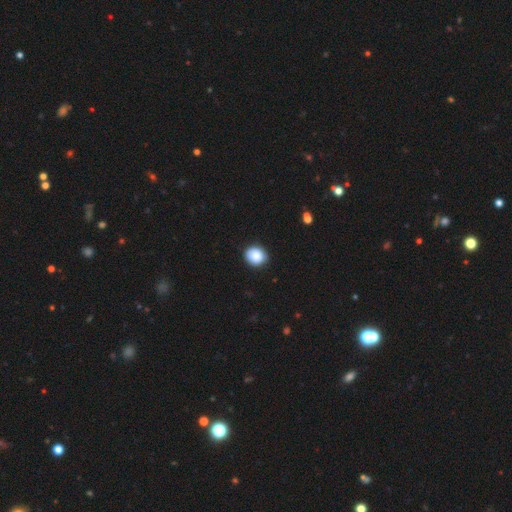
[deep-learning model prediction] Smooth or featured: smooth — 88% (star or artifact — 8%)
How rounded: round — 77% (in between — 22%)
Merging: none — 88% (minor disturbance — 9%)